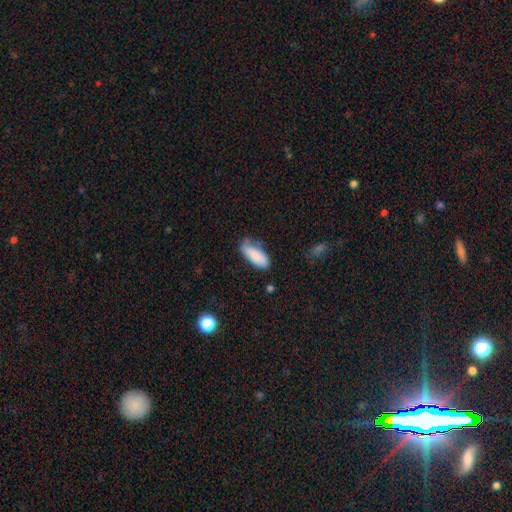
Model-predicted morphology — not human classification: The model was most divided on "merging": none: 55%, minor disturbance: 33%, major disturbance: 8%, merger: 4%. More confident: smooth or featured — smooth (85%); how rounded — in between (78%).